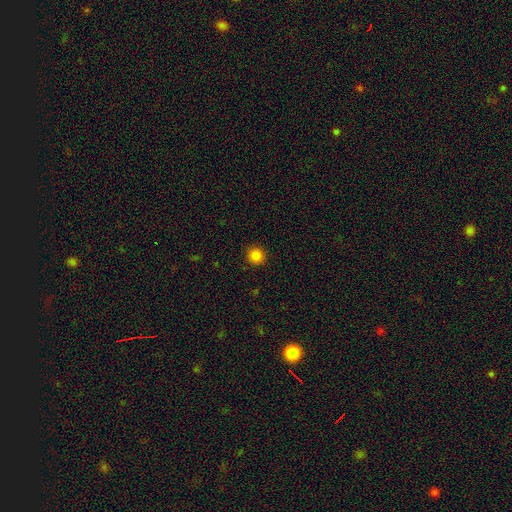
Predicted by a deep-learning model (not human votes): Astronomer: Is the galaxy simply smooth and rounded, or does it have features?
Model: smooth — 84%.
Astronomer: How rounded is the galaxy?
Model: round — 94%.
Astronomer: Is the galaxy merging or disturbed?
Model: none — 92%.